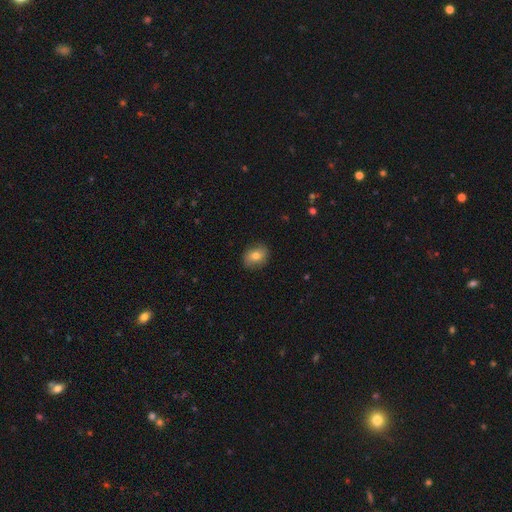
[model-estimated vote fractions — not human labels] Q: Smooth or featured?
A: smooth (69%); runner-up: featured or disk (21%)
Q: How rounded?
A: round (50%); runner-up: in between (49%)
Q: Merging?
A: none (85%); runner-up: minor disturbance (12%)